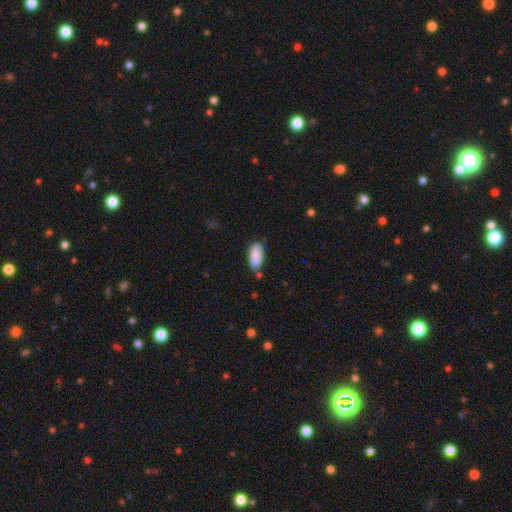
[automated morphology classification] Smooth or featured: smooth — 89% (star or artifact — 6%)
How rounded: in between — 88% (cigar-shaped — 11%)
Merging: none — 71% (minor disturbance — 20%)